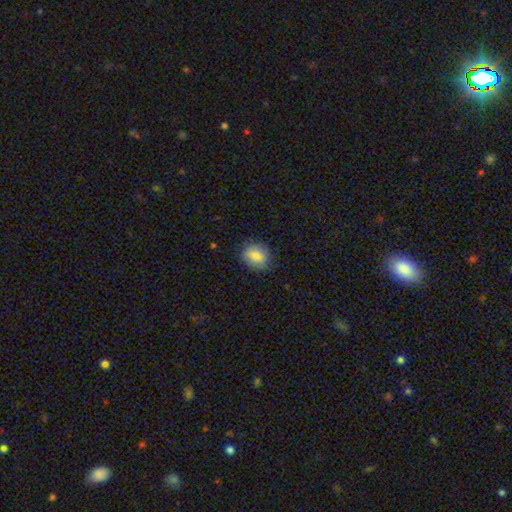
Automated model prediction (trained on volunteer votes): This appears to be a smooth galaxy with no disk features (84%) that is round (53%). Merging: none (83%).